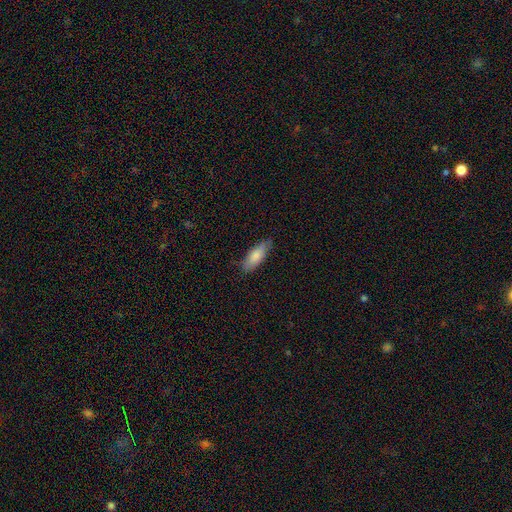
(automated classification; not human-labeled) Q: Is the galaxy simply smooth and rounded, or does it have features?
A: smooth — 82%.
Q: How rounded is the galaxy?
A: in between — 64%.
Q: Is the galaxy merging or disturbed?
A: none — 78%.